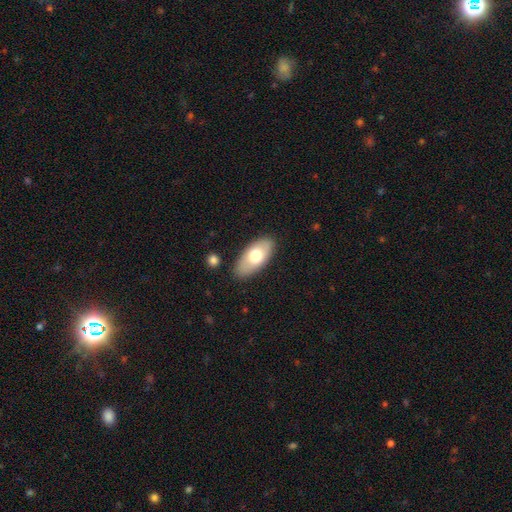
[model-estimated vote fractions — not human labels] Smooth or featured? Predicted: smooth (p=0.67). How rounded? Predicted: in between (p=0.92). Merging? Predicted: none (p=0.85).